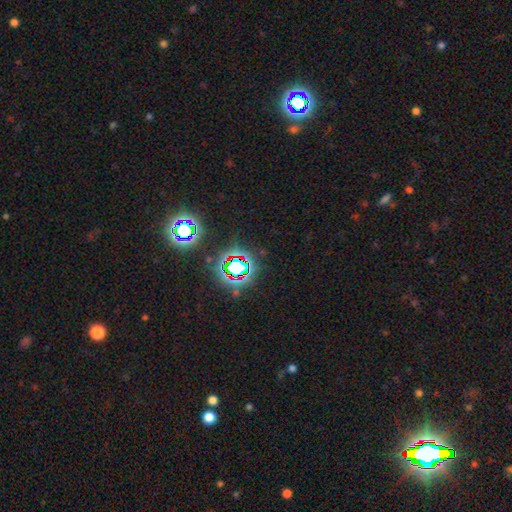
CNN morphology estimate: Smooth or featured?
  - star or artifact: 81% *
  - smooth: 11%
  - featured or disk: 8%